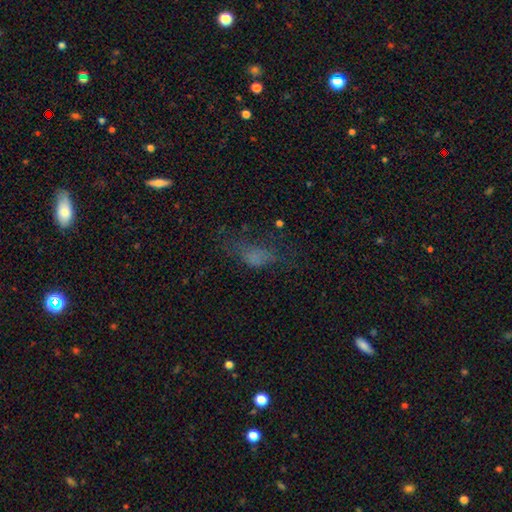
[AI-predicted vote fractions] smooth_or_featured: smooth (p=0.58) [alt: featured or disk p=0.22]
how_rounded: in between (p=0.77) [alt: cigar-shaped p=0.15]
merging: none (p=0.41) [alt: major disturbance p=0.32]